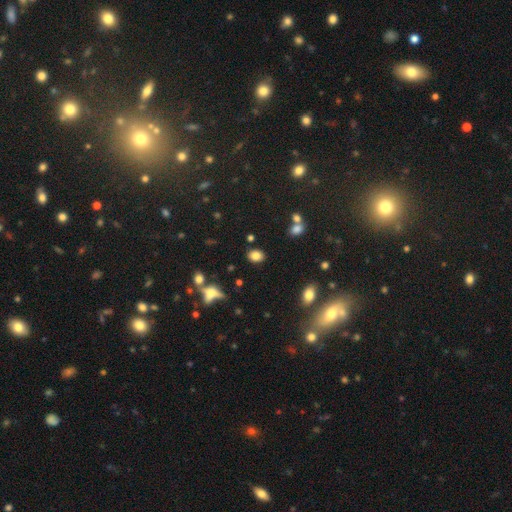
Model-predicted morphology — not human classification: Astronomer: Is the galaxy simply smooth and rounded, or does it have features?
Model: smooth — 82%.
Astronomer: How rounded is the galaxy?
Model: in between — 66%.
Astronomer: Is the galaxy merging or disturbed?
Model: none — 83%.